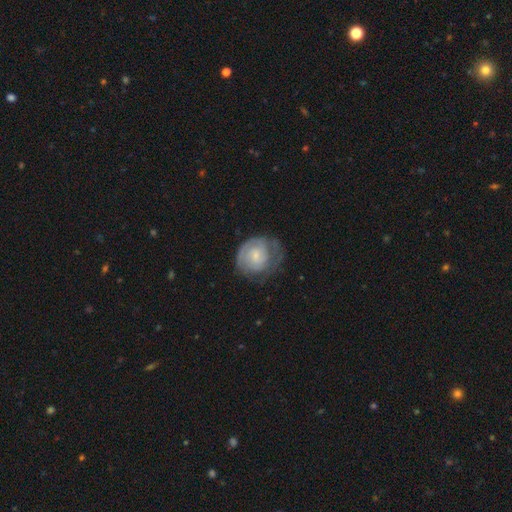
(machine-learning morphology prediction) The model was most divided on "spiral arm count": 2: 39%, can't tell: 36%, 1: 10%, 3: 9%, 4: 3%, more than 4: 3%. More confident: edge-on disk — no (98%); spiral arms — yes (87%); smooth or featured — featured or disk (67%); bulge size — small (65%); spiral winding — tight (64%); bar — no (61%); merging — none (56%).